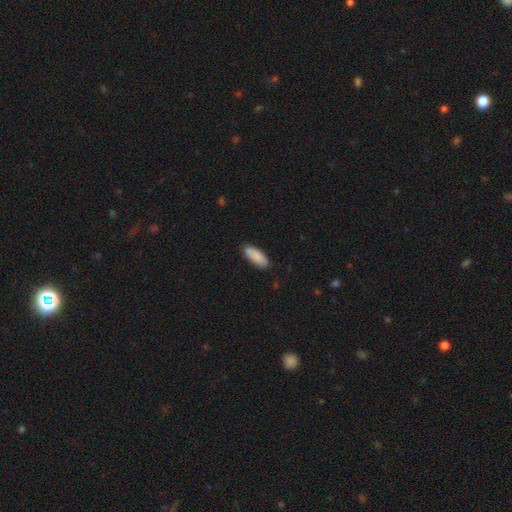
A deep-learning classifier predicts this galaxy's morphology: smooth-or-featured: smooth: 87% | featured or disk: 7% | star or artifact: 6%
  how-rounded: in between: 73% | cigar-shaped: 25% | round: 2%
  merging: none: 84% | minor disturbance: 13% | major disturbance: 2% | merger: 2%